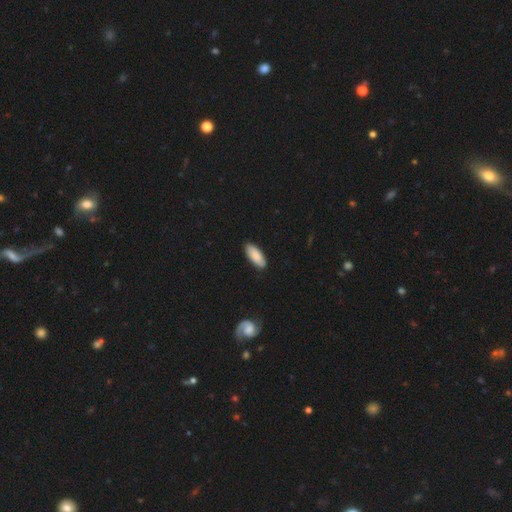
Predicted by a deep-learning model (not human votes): A smooth galaxy with no disk features (86%) that is in between round and cigar-shaped (81%).

Vote fractions:
- Smooth or featured? smooth: 86% / featured or disk: 8% / star or artifact: 5%
- How rounded? in between: 81% / cigar-shaped: 18% / round: 2%
- Merging? none: 86% / minor disturbance: 11% / major disturbance: 2% / merger: 1%